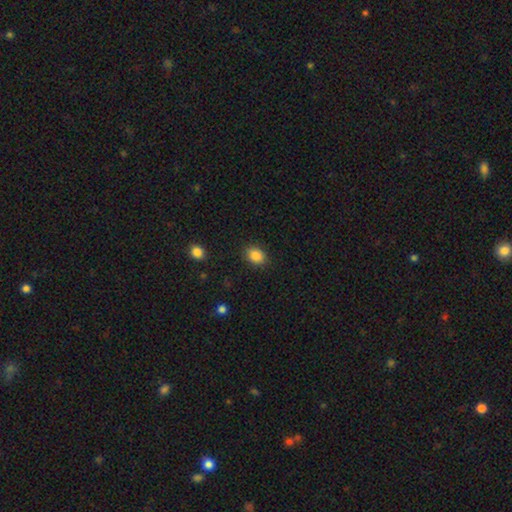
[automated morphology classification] A smooth galaxy with no disk features (86%) that is in between round and cigar-shaped (60%).

Vote fractions:
- Smooth or featured? smooth: 86% / star or artifact: 9% / featured or disk: 5%
- How rounded? in between: 60% / round: 39% / cigar-shaped: 1%
- Merging? none: 88% / minor disturbance: 9% / major disturbance: 2% / merger: 1%